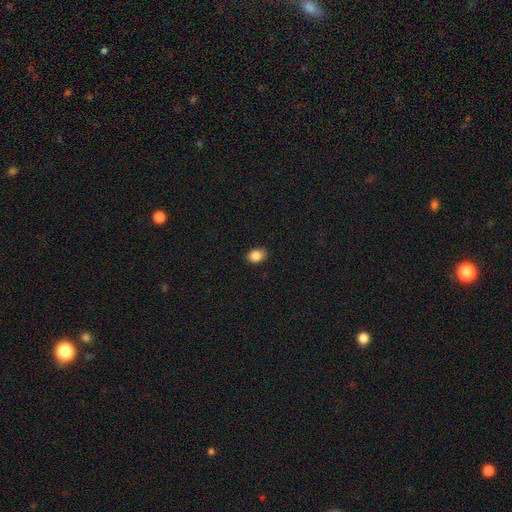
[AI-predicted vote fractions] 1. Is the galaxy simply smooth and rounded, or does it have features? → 87% smooth, 9% star or artifact, 5% featured or disk.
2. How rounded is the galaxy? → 71% in between, 28% round, 1% cigar-shaped.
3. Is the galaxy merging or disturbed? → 85% none, 11% minor disturbance, 2% major disturbance, 1% merger.